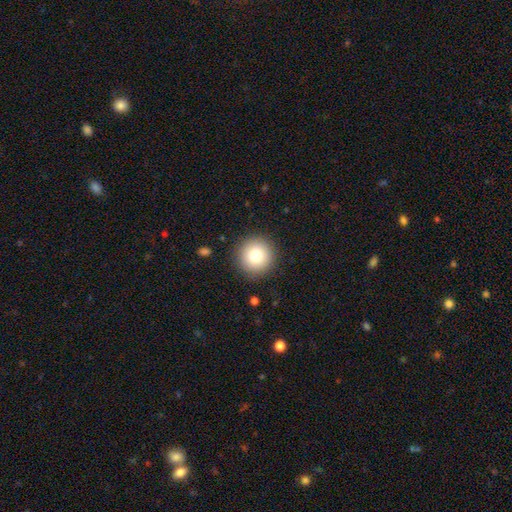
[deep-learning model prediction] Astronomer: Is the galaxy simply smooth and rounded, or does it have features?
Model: smooth — 78%.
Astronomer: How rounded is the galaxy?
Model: round — 96%.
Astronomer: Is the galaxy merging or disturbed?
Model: none — 91%.